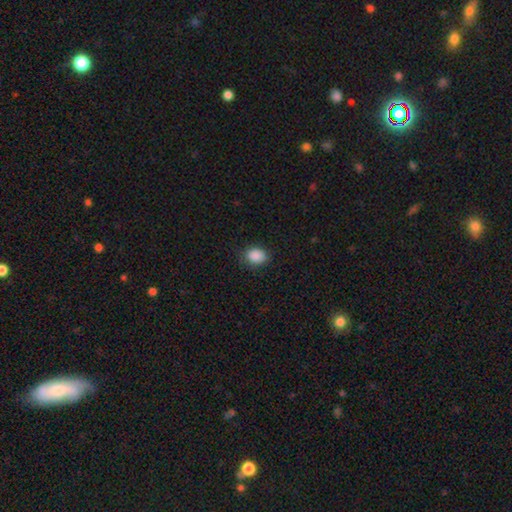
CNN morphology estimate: Smooth or featured? Predicted: smooth (p=0.89). How rounded? Predicted: in between (p=0.63). Merging? Predicted: none (p=0.80).